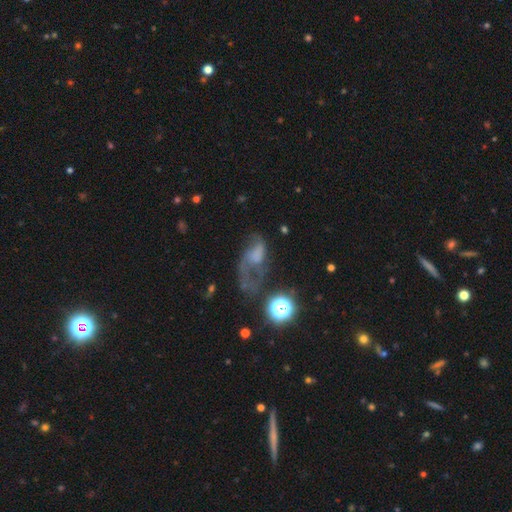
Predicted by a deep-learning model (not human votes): Smooth or featured: featured or disk — 47% (smooth — 35%)
Merging: major disturbance — 54% (none — 22%)